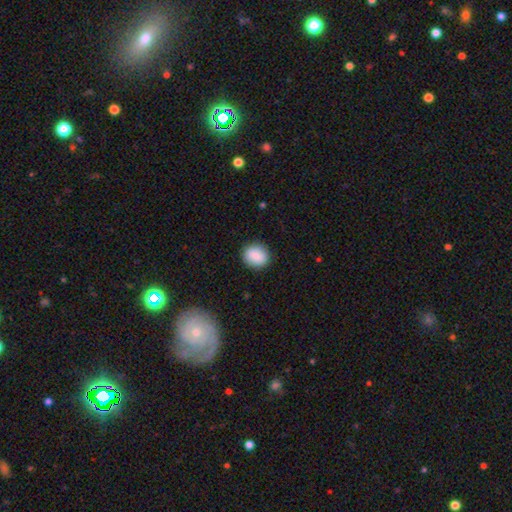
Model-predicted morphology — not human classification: A smooth galaxy with no disk features (87%) that is round (67%). Merging: none (88%).